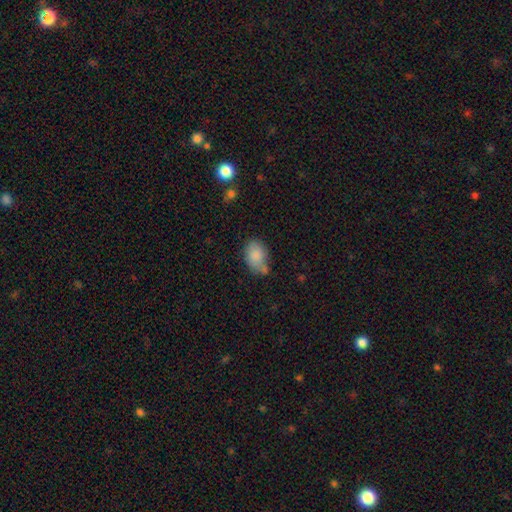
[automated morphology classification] A smooth galaxy with no disk features (84%) that is in between round and cigar-shaped (82%).

Vote fractions:
- Smooth or featured? smooth: 84% / featured or disk: 8% / star or artifact: 8%
- How rounded? in between: 82% / round: 17% / cigar-shaped: 1%
- Merging? none: 48% / minor disturbance: 29% / merger: 14% / major disturbance: 9%